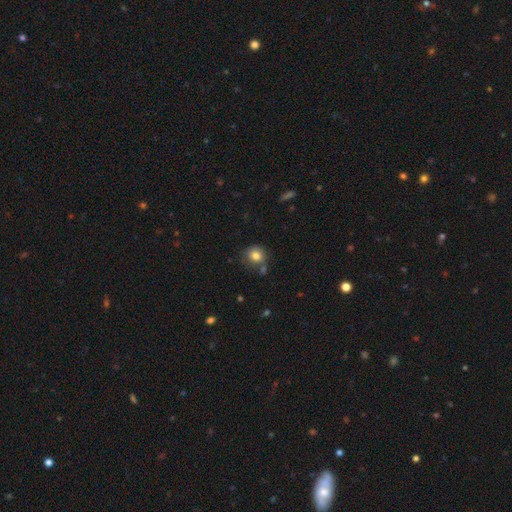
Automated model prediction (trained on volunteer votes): A smooth galaxy with no disk features (81%) that is round (82%). Merging: none (69%).